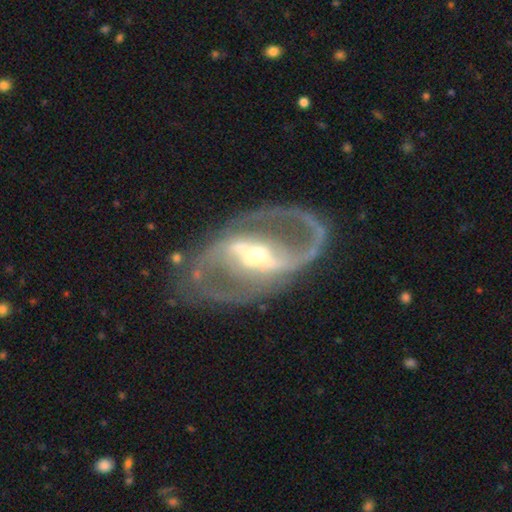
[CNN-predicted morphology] A featured or disk galaxy (87%) with a strong bar (62%), 2 (84%) medium (50%) spiral arms (80%) and a moderate central bulge (58%).

Vote fractions:
- Smooth or featured? featured or disk: 87% / smooth: 8% / star or artifact: 5%
- Edge-on disk? no: 93% / yes: 7%
- Bar? strong: 62% / weak: 26% / no: 13%
- Spiral arms? yes: 80% / no: 20%
- Spiral winding? medium: 50% / tight: 26% / loose: 24%
- Spiral arm count? 2: 84% / can't tell: 7% / 1: 4% / 3: 2% / 4: 1% / more than 4: 1%
- Bulge size? moderate: 58% / small: 32% / large: 7% / dominant: 1% / none: 1%
- Merging? none: 73% / minor disturbance: 14% / major disturbance: 11% / merger: 3%